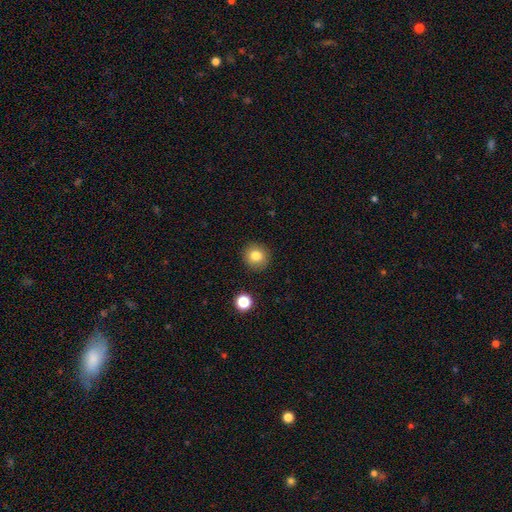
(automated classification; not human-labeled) A smooth galaxy with no disk features (81%) that is round (91%). Merging: none (91%).